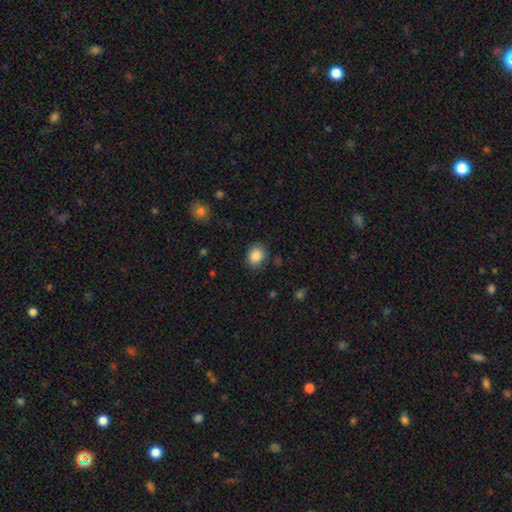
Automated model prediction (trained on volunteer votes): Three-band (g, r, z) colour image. It shows a smooth galaxy with no disk features (87%) that is in between round and cigar-shaped (50%). Merging: none (82%).